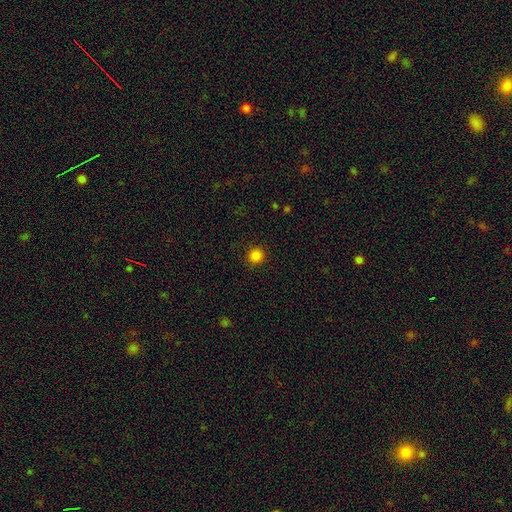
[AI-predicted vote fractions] smooth-or-featured: smooth: 85% | star or artifact: 13% | featured or disk: 3%
  how-rounded: round: 94% | in between: 5% | cigar-shaped: 1%
  merging: none: 92% | minor disturbance: 5% | major disturbance: 2% | merger: 1%